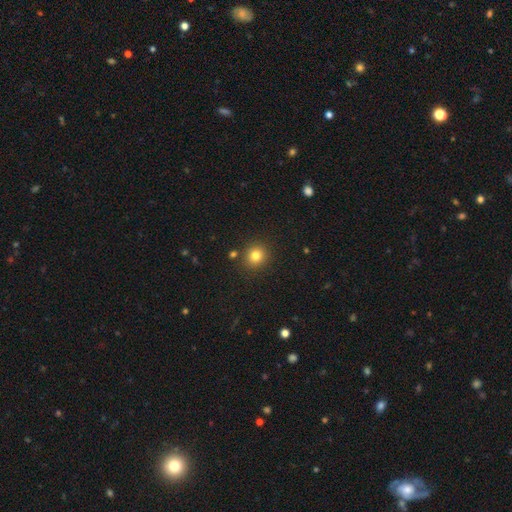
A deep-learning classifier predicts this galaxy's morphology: Smooth or featured?
  - smooth: 80% *
  - star or artifact: 14%
  - featured or disk: 7%
How rounded?
  - round: 87% *
  - in between: 12%
  - cigar-shaped: 1%
Merging?
  - none: 87% *
  - minor disturbance: 7%
  - merger: 3%
  - major disturbance: 2%